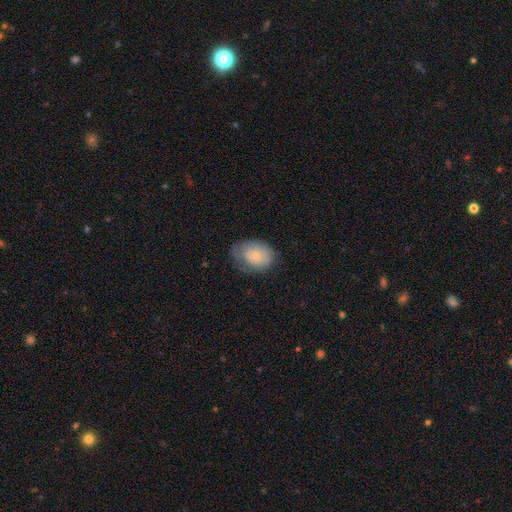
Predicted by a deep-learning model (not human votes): The model was most divided on "merging": none: 52%, minor disturbance: 31%, major disturbance: 15%, merger: 1%. More confident: how rounded — in between (73%); smooth or featured — smooth (73%).